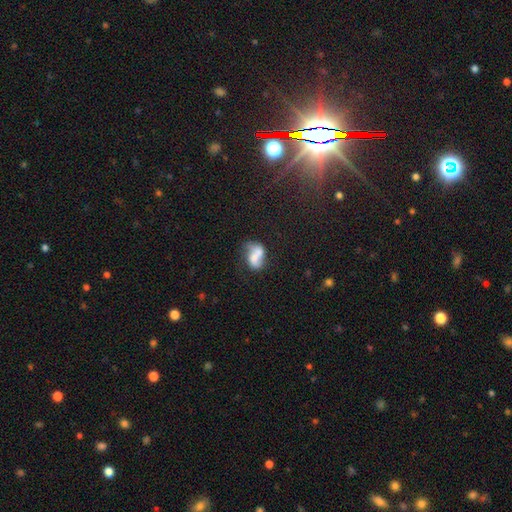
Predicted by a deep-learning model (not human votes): smooth-or-featured: smooth: 51% | featured or disk: 39% | star or artifact: 10%
  how-rounded: in between: 79% | round: 19% | cigar-shaped: 2%
  merging: merger: 43% | none: 27% | minor disturbance: 17% | major disturbance: 12%